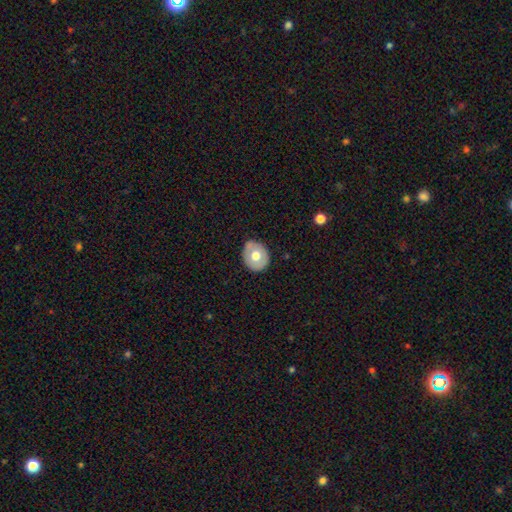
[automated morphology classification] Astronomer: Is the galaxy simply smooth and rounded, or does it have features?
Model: smooth — 59% (runner-up: featured or disk, 34%).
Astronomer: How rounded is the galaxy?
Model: round — 65%.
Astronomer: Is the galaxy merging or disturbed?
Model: none — 83%.